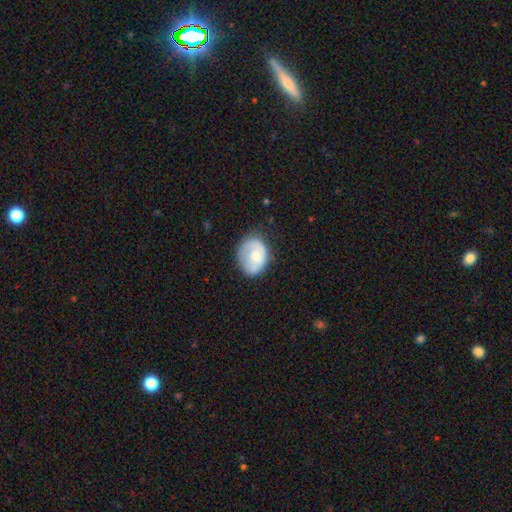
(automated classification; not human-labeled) A smooth galaxy with no disk features (59%) that is in between round and cigar-shaped (59%). Merging: none (58%).